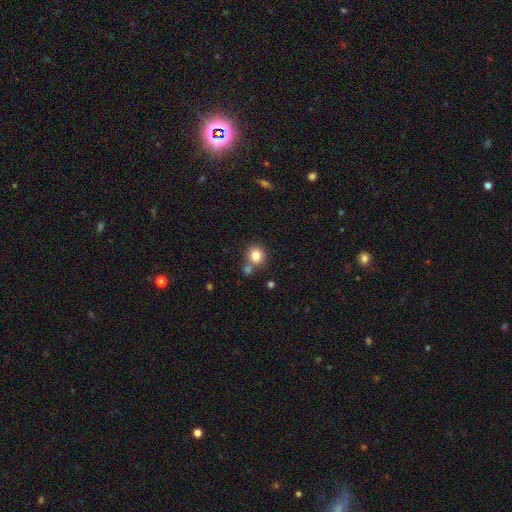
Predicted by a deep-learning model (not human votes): A smooth galaxy with no disk features (83%) that is round (87%). Merging: none (64%).